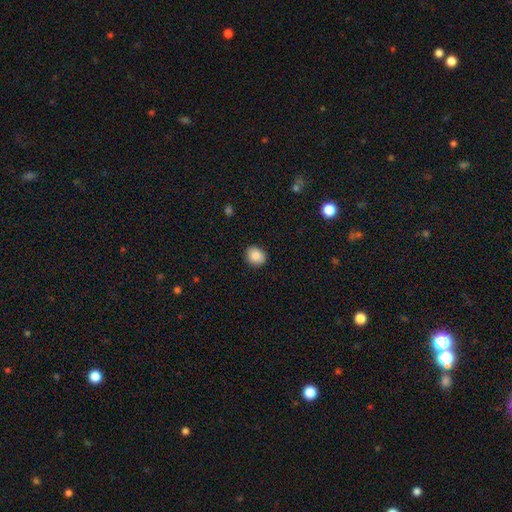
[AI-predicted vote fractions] Morphology: type=smooth (86%); roundness=round (72%); merging=none (89%).